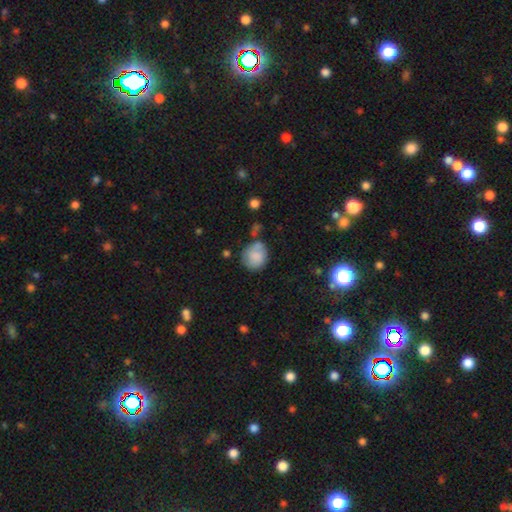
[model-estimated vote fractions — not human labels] This appears to be a smooth galaxy with no disk features (78%) that is round (80%). Merging: none (54%).